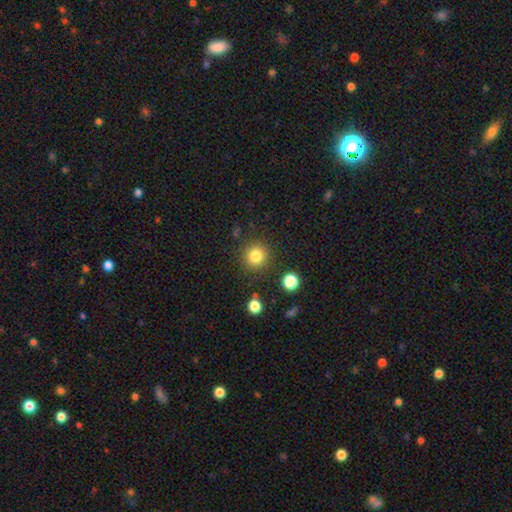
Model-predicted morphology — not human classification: A smooth galaxy with no disk features (83%) that is round (93%). Merging: none (87%).